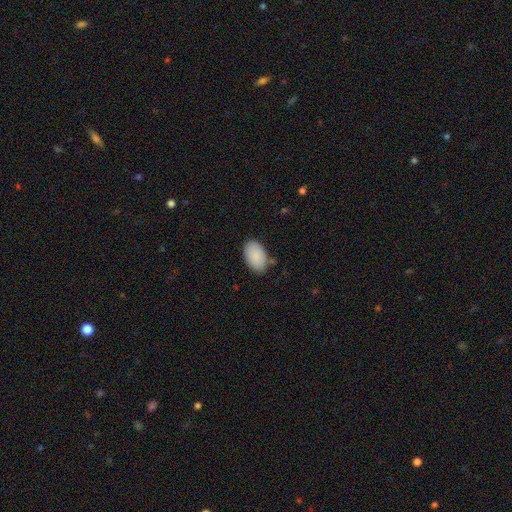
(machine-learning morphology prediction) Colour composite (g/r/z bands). It shows a smooth galaxy with no disk features (89%) that is in between round and cigar-shaped (94%). Merging: none (82%).